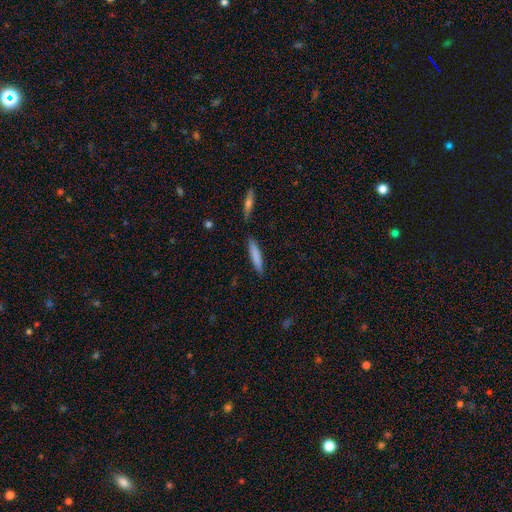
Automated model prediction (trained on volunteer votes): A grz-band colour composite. It shows a smooth galaxy with no disk features (81%) that is cigar-shaped (85%). Merging: none (85%).